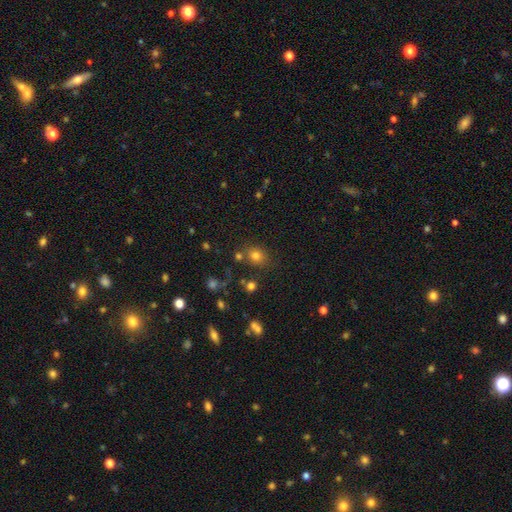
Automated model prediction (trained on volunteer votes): Smooth or featured: smooth — 76% (star or artifact — 16%)
How rounded: round — 59% (in between — 40%)
Merging: none — 71% (minor disturbance — 13%)